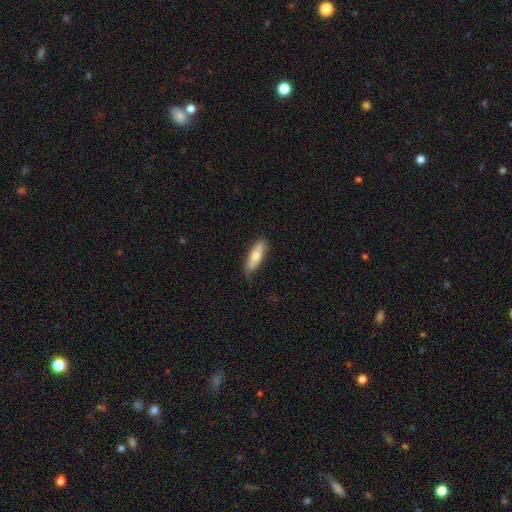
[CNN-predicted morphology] smooth-or-featured: smooth: 69% | featured or disk: 26% | star or artifact: 6%
  how-rounded: cigar-shaped: 56% | in between: 42% | round: 2%
  merging: none: 77% | minor disturbance: 19% | major disturbance: 3% | merger: 1%